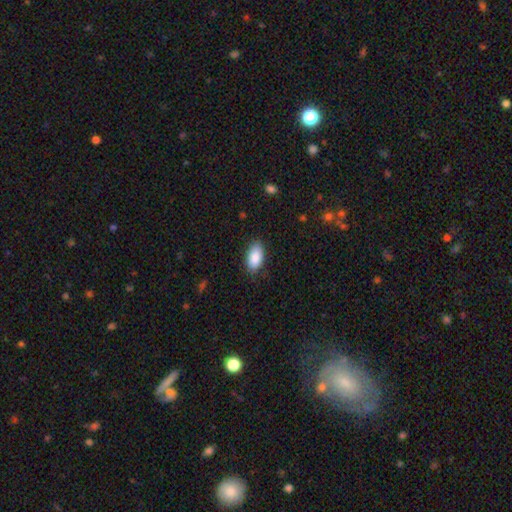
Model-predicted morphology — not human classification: This appears to be a smooth galaxy with no disk features (89%) that is in between round and cigar-shaped (94%). Merging: none (83%).